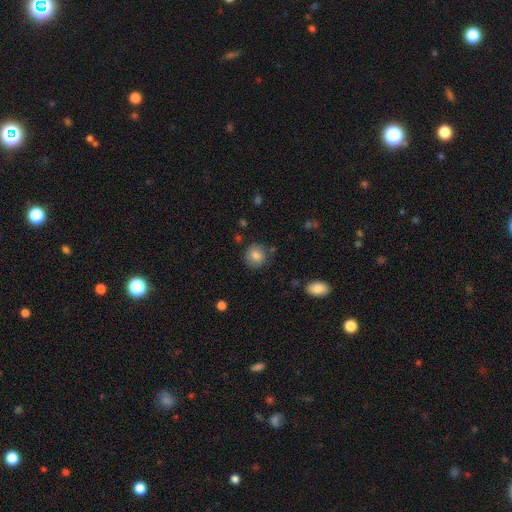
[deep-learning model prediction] Overall: smooth (82%). How rounded: round (88%). Merging: none (85%).